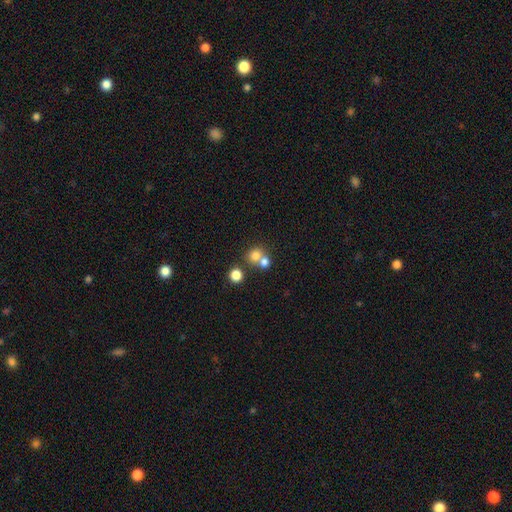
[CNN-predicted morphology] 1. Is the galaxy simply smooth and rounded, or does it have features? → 75% smooth, 14% star or artifact, 11% featured or disk.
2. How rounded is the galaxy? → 79% round, 20% in between, 1% cigar-shaped.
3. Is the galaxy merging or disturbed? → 48% merger, 43% none, 6% minor disturbance, 3% major disturbance.